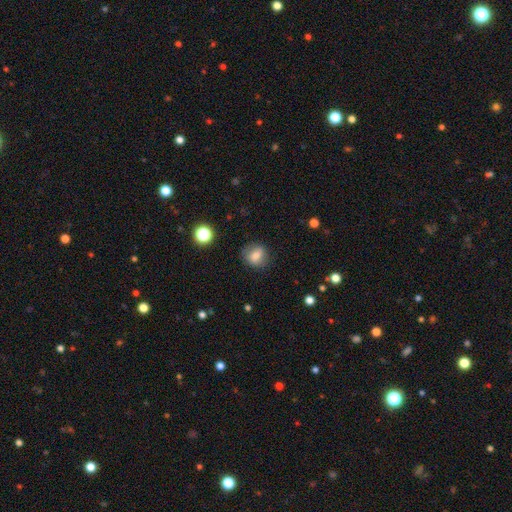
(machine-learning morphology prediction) Overall: smooth (76%). How rounded: round (70%). Merging: none (81%).